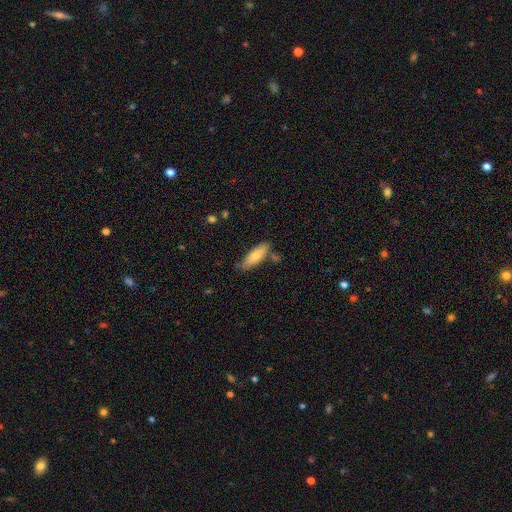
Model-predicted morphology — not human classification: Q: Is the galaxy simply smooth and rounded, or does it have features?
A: smooth — 76%.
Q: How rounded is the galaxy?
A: in between — 54%.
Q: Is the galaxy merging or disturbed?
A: none — 67%.